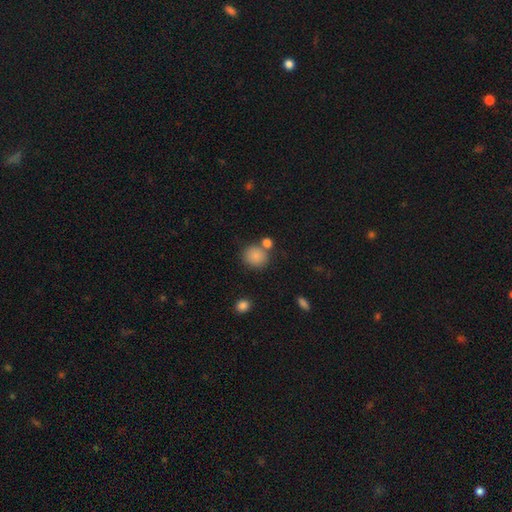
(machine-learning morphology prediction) Q: Smooth or featured?
A: smooth (84%); runner-up: star or artifact (10%)
Q: How rounded?
A: round (85%); runner-up: in between (14%)
Q: Merging?
A: none (70%); runner-up: merger (16%)